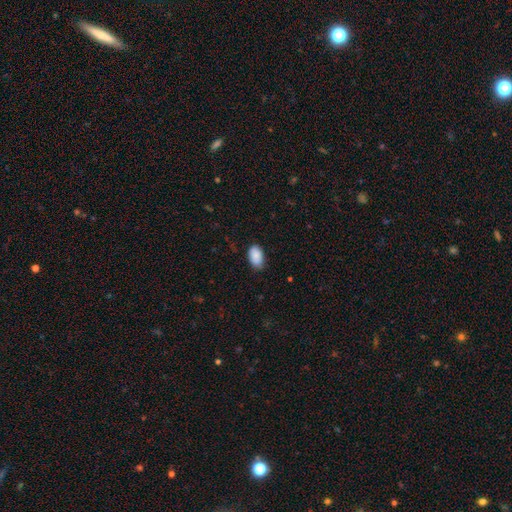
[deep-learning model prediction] smooth 88%, star or artifact 7%, featured or disk 5%. Down the decision tree: how rounded — in between (92%); merging — none (75%).